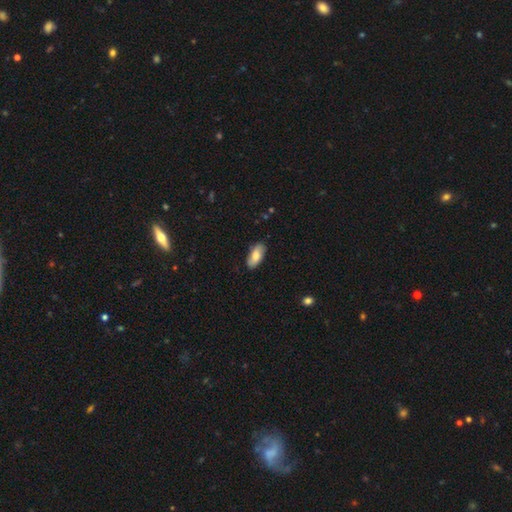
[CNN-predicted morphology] Q: Smooth or featured?
A: smooth (73%); runner-up: featured or disk (21%)
Q: How rounded?
A: in between (89%); runner-up: cigar-shaped (8%)
Q: Merging?
A: none (85%); runner-up: minor disturbance (12%)